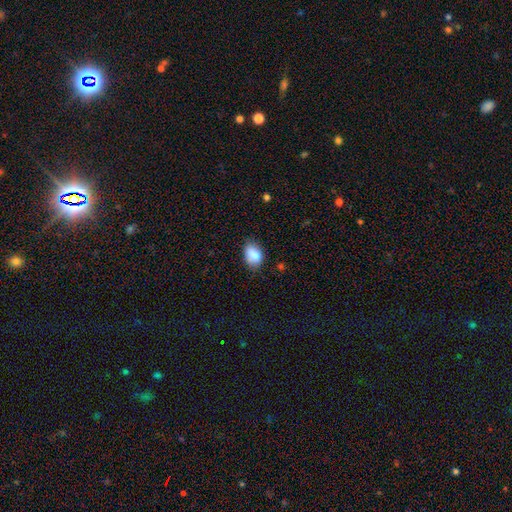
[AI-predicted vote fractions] Smooth or featured: smooth — 86% (star or artifact — 8%)
How rounded: in between — 82% (round — 17%)
Merging: none — 65% (minor disturbance — 28%)